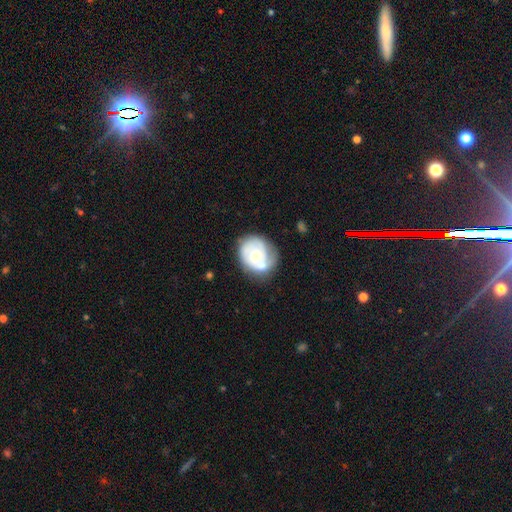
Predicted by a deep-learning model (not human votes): featured or disk 65%, smooth 30%, star or artifact 6%. Down the decision tree: edge-on disk — no (98%); bar — no (78%); spiral arms — yes (72%); bulge size — moderate (55%); merging — none (51%).